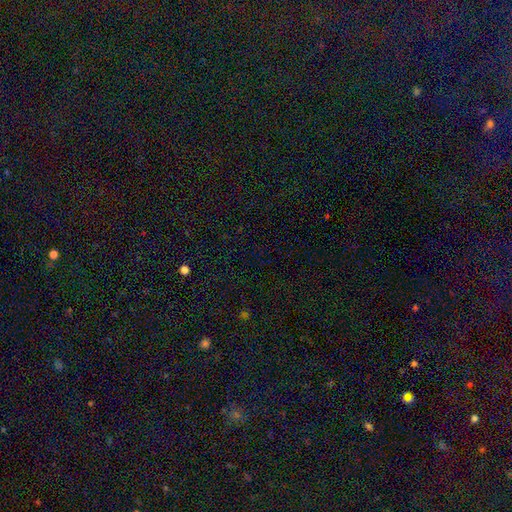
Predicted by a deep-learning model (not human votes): Smooth or featured? Predicted: star or artifact (p=0.68).